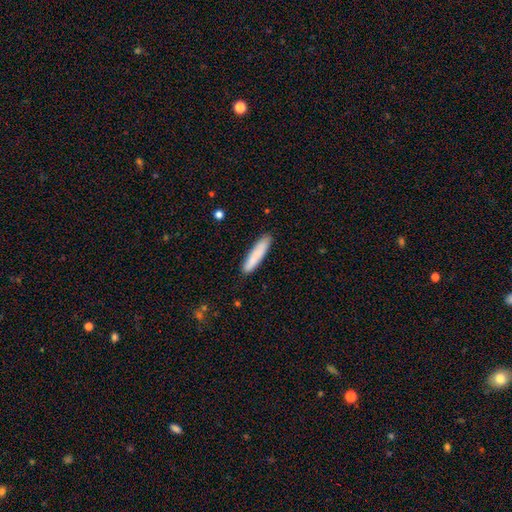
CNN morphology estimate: This is clearly a smooth galaxy (83%). How rounded: clearly cigar-shaped (88%). Merging: clearly none (88%).